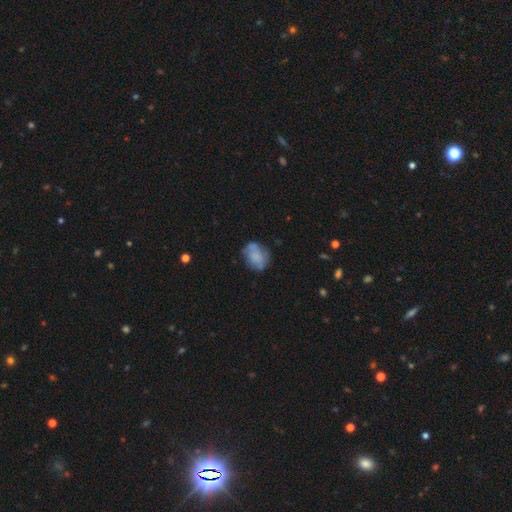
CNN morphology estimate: Smooth or featured? smooth (60%)
How rounded? in between (56%)
Merging? none (54%)